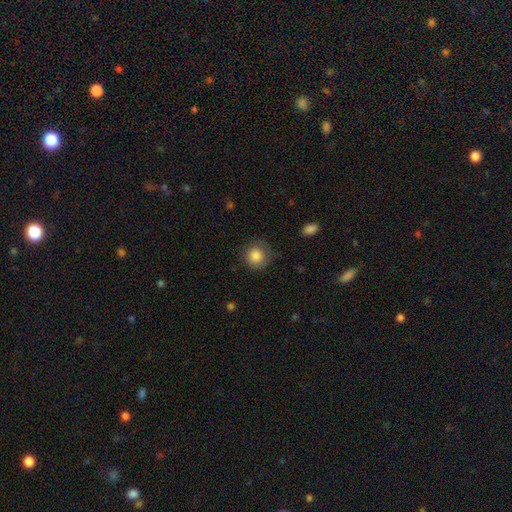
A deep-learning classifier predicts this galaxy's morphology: Smooth or featured: smooth — 83% (featured or disk — 9%)
How rounded: round — 90% (in between — 9%)
Merging: none — 71% (minor disturbance — 19%)